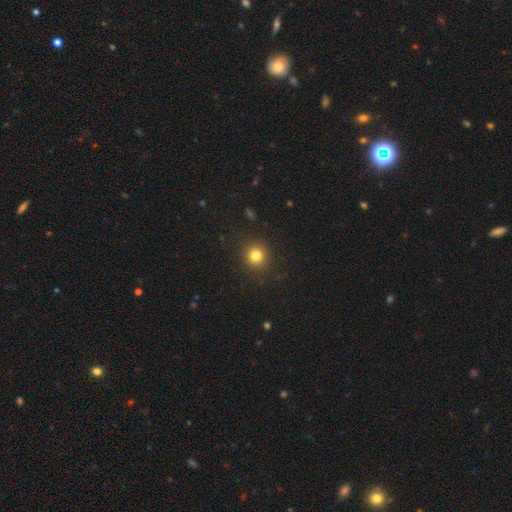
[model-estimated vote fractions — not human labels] A smooth galaxy with no disk features (81%) that is round (90%). Merging: none (90%).